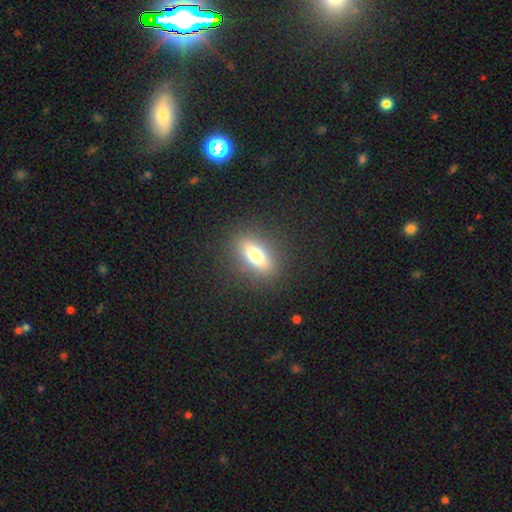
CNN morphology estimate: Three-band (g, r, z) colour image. It shows a smooth galaxy with no disk features (66%) that is in between round and cigar-shaped (71%). Merging: none (87%).